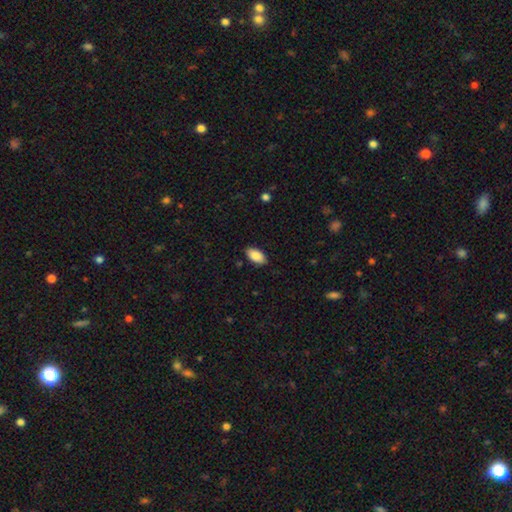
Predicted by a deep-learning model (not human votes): This appears to be a smooth galaxy with no disk features (88%) that is in between round and cigar-shaped (94%). Merging: none (86%).